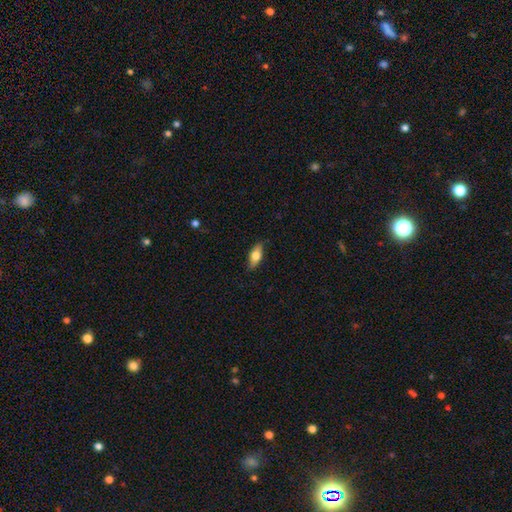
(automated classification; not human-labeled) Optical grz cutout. It shows a smooth galaxy with no disk features (65%) that is in between round and cigar-shaped (75%). Merging: none (86%).